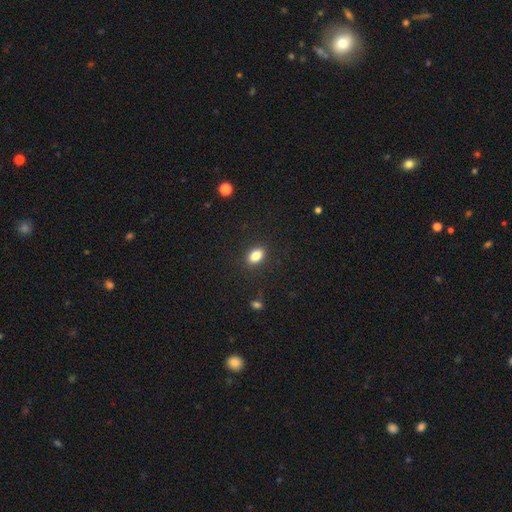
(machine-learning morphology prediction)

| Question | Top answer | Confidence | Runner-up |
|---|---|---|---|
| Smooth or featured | smooth | 84% | star or artifact (9%) |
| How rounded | in between | 86% | round (11%) |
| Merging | none | 88% | minor disturbance (9%) |